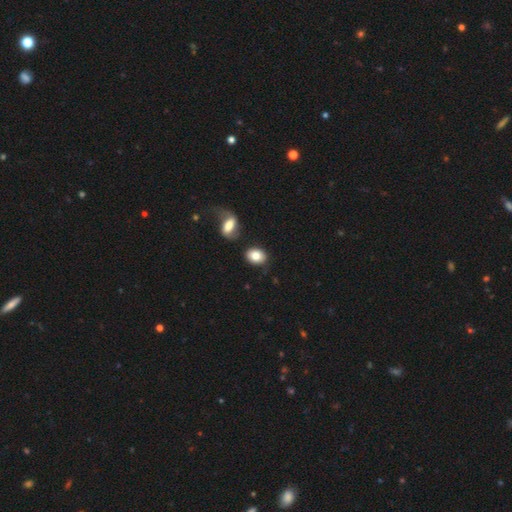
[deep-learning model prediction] Smooth or featured?
  - smooth: 81% *
  - featured or disk: 11%
  - star or artifact: 8%
How rounded?
  - in between: 63% *
  - round: 36%
  - cigar-shaped: 1%
Merging?
  - none: 73% *
  - minor disturbance: 13%
  - merger: 9%
  - major disturbance: 4%